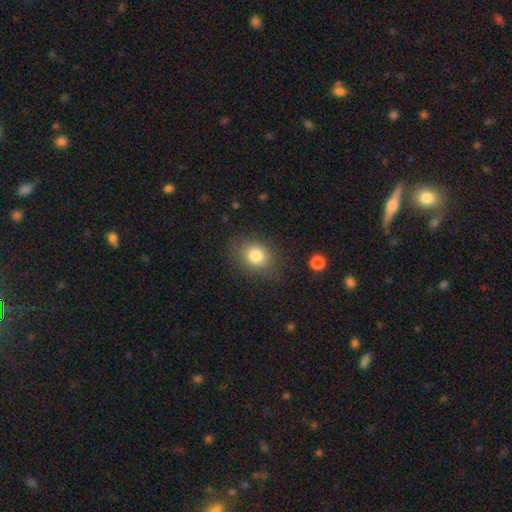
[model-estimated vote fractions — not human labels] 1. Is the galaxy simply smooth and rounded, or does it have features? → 81% smooth, 10% star or artifact, 8% featured or disk.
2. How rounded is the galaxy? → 53% in between, 46% round, 1% cigar-shaped.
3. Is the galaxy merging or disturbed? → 80% none, 14% minor disturbance, 5% major disturbance, 2% merger.